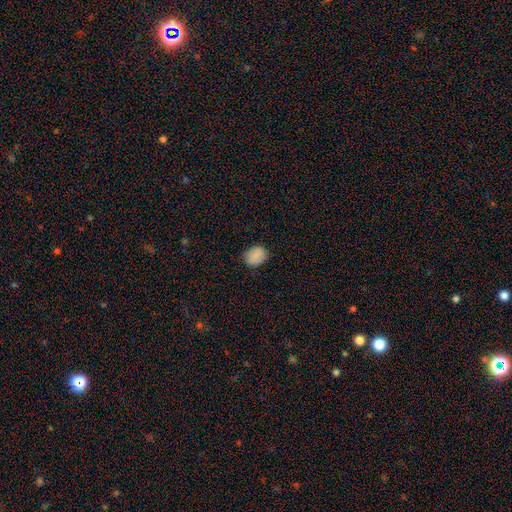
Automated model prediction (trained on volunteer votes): Smooth or featured? Predicted: smooth (p=0.87). How rounded? Predicted: in between (p=0.60). Merging? Predicted: none (p=0.79).